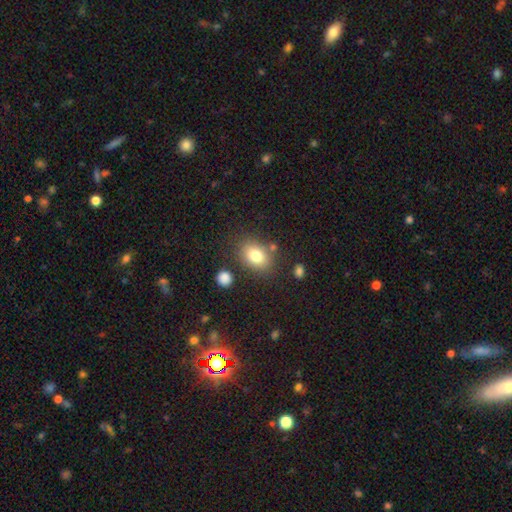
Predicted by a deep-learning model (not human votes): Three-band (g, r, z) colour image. It shows a smooth galaxy with no disk features (79%) that is in between round and cigar-shaped (67%). Merging: none (76%).